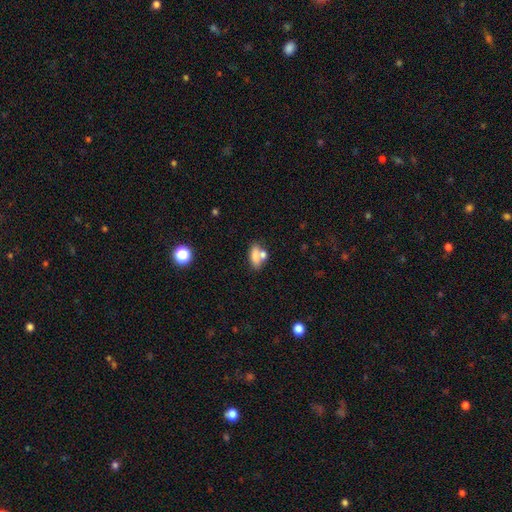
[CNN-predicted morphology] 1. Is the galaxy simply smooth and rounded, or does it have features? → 72% smooth, 19% featured or disk, 10% star or artifact.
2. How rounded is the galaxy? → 73% in between, 19% cigar-shaped, 8% round.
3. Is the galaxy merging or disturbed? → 48% none, 33% merger, 13% minor disturbance, 5% major disturbance.